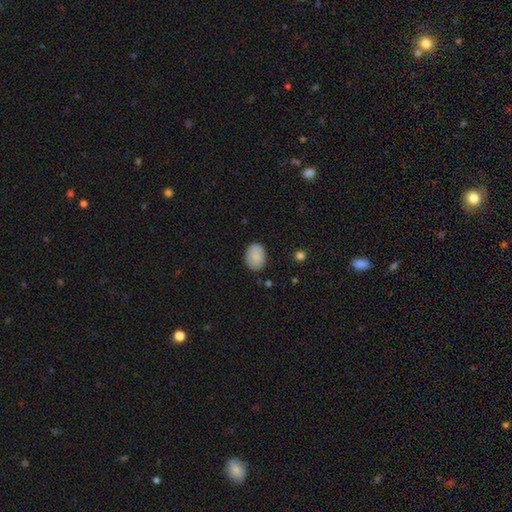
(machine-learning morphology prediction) A smooth galaxy with no disk features (87%) that is in between round and cigar-shaped (62%).

Vote fractions:
- Smooth or featured? smooth: 87% / star or artifact: 7% / featured or disk: 6%
- How rounded? in between: 62% / round: 37% / cigar-shaped: 1%
- Merging? none: 82% / minor disturbance: 14% / major disturbance: 3% / merger: 2%